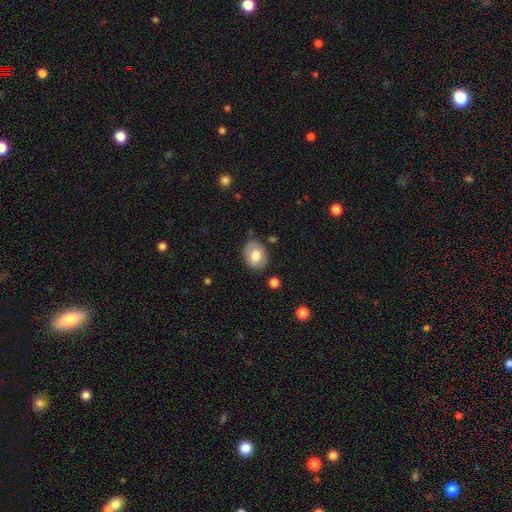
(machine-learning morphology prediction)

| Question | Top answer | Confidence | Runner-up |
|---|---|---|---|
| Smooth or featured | smooth | 72% | featured or disk (21%) |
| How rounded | in between | 64% | round (35%) |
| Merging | none | 80% | minor disturbance (15%) |